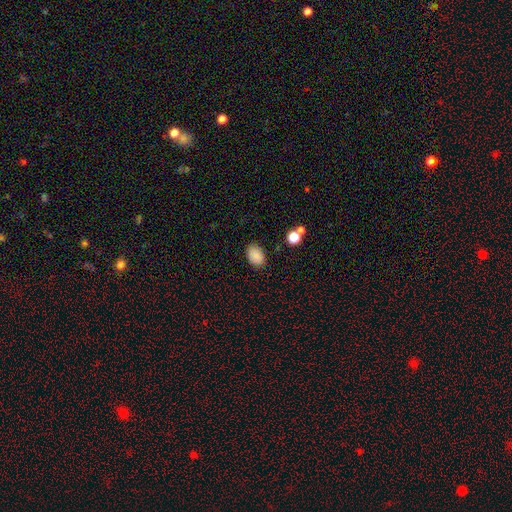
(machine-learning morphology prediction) type=smooth (87%); roundness=in between (84%); merging=none (86%).